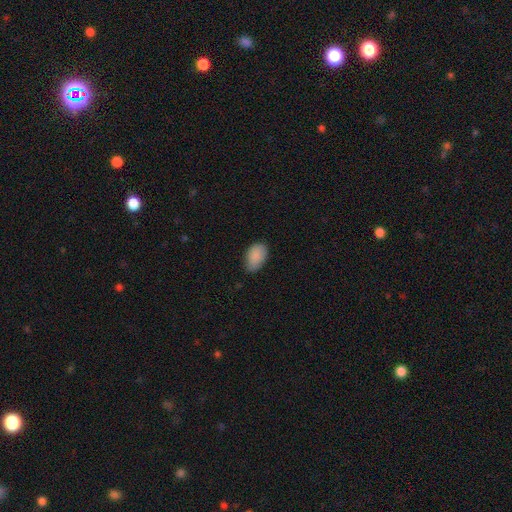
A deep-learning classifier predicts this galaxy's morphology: smooth 88%, star or artifact 7%, featured or disk 5%. Down the decision tree: how rounded — in between (92%); merging — none (68%).